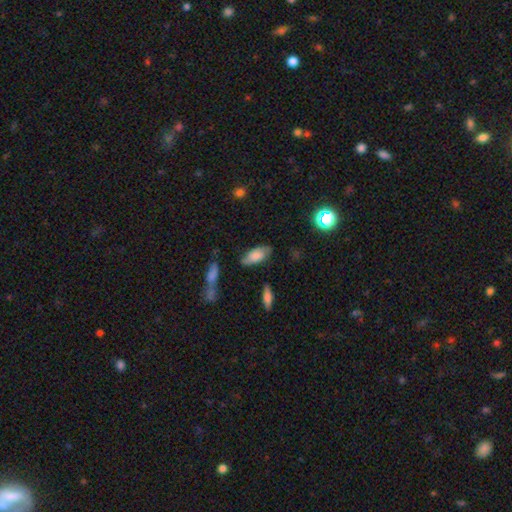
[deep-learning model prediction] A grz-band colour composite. It shows a smooth galaxy with no disk features (71%) that is in between round and cigar-shaped (88%). Merging: none (73%).